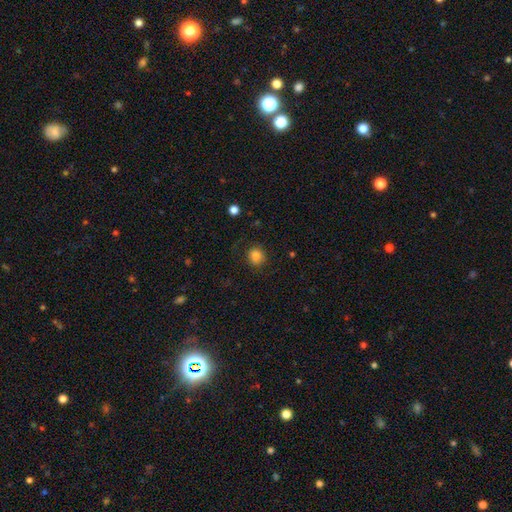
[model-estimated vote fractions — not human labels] A smooth galaxy with no disk features (84%) that is round (80%). Merging: none (82%).